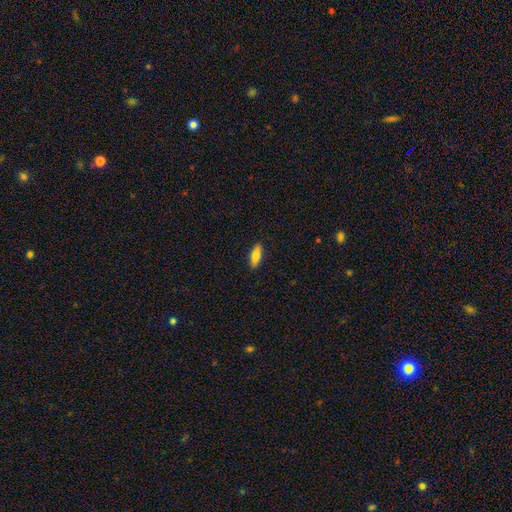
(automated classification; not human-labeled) Overall: smooth (75%). How rounded: in between (61%; cigar-shaped 37%). Merging: none (89%).